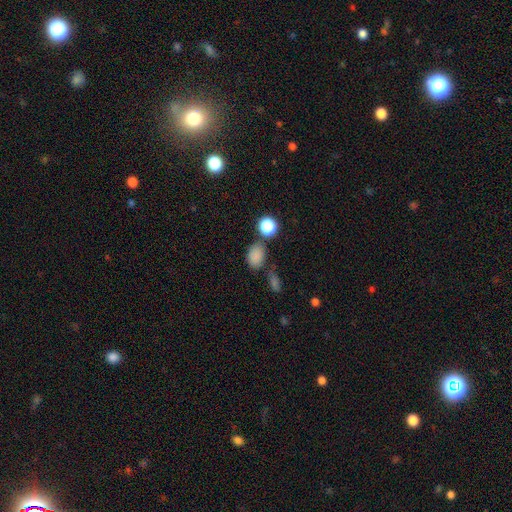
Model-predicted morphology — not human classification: Overall: smooth (80%). How rounded: in between (72%). Merging: none (66%).